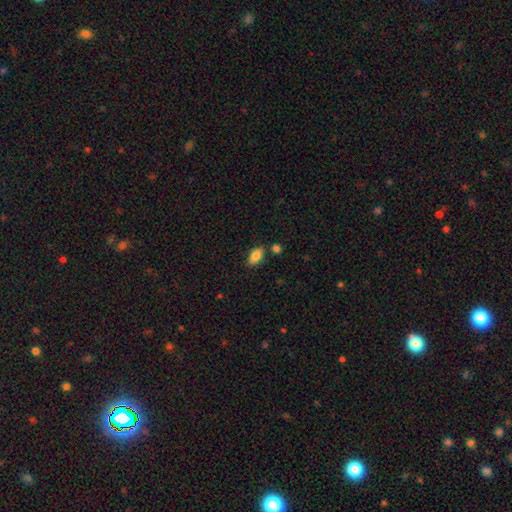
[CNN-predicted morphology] This appears to be a smooth galaxy with no disk features (86%) that is in between round and cigar-shaped (91%). Merging: none (79%).